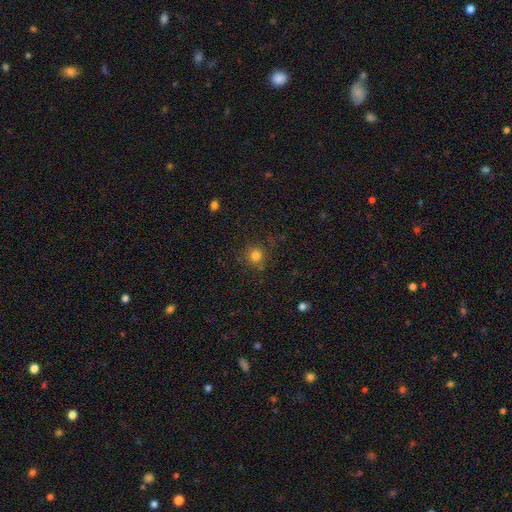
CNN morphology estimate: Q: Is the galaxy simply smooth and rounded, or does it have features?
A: smooth — 79%.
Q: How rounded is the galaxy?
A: round — 90%.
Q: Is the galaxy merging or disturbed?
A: none — 82%.